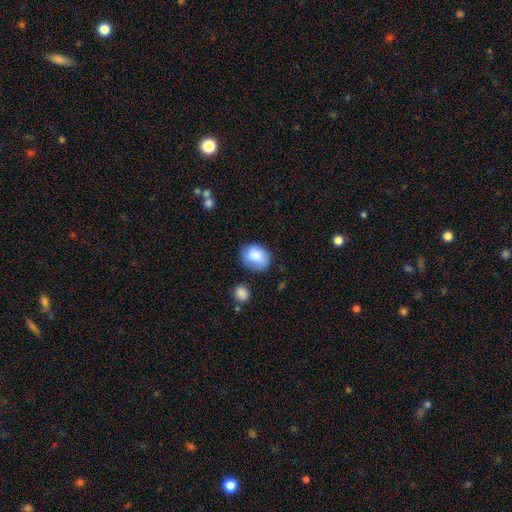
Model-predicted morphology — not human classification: Smooth or featured: smooth — 85% (featured or disk — 8%)
How rounded: in between — 52% (round — 47%)
Merging: none — 69% (minor disturbance — 22%)